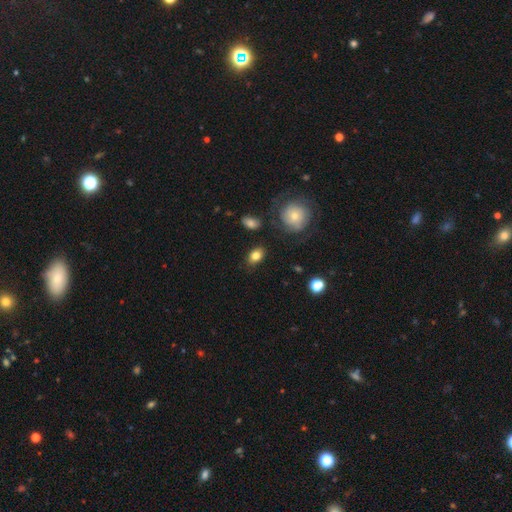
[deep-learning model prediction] Smooth or featured? smooth (81%)
How rounded? in between (77%)
Merging? none (82%)